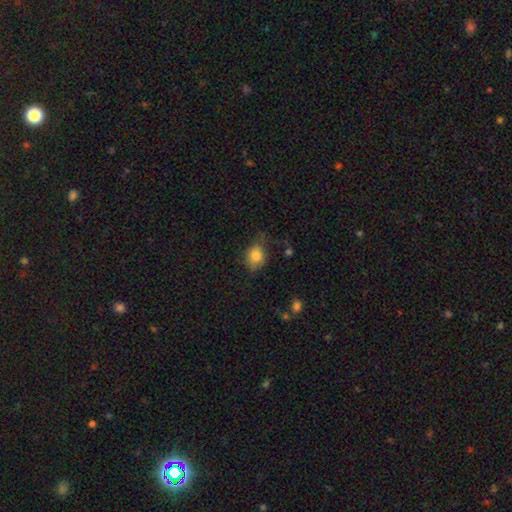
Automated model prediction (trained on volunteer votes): This appears to be a smooth galaxy with no disk features (81%) that is round (50%). Merging: none (62%).